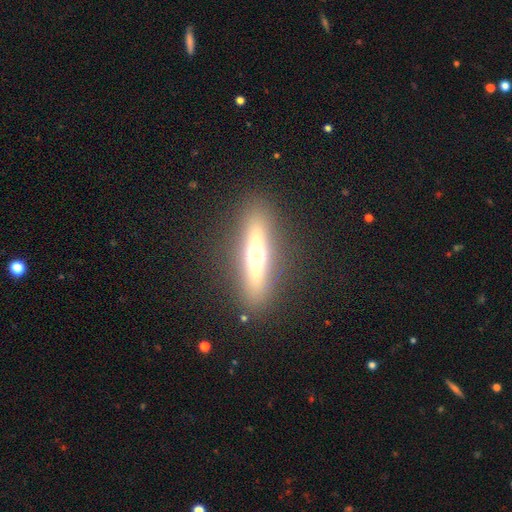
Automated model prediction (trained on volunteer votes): This is possibly a featured or disk galaxy (52%). It is clearly viewed edge-on (87%). Merging: clearly none (88%).